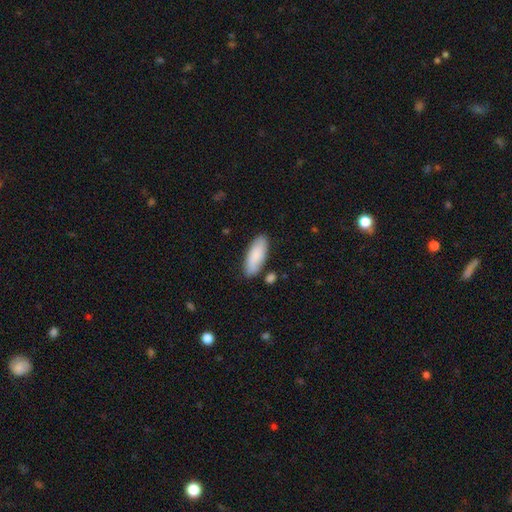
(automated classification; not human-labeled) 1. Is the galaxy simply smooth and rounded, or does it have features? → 83% smooth, 11% featured or disk, 5% star or artifact.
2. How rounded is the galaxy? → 76% in between, 22% cigar-shaped, 2% round.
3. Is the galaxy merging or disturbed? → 81% none, 13% minor disturbance, 4% merger, 2% major disturbance.